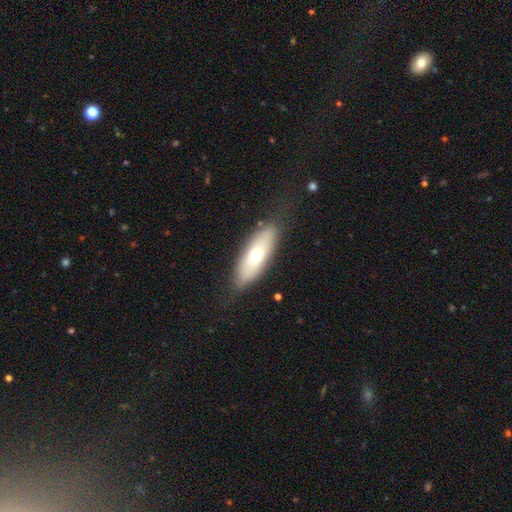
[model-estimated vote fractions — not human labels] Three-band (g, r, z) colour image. It shows a smooth galaxy with no disk features (65%) that is in between round and cigar-shaped (63%). Merging: none (78%).